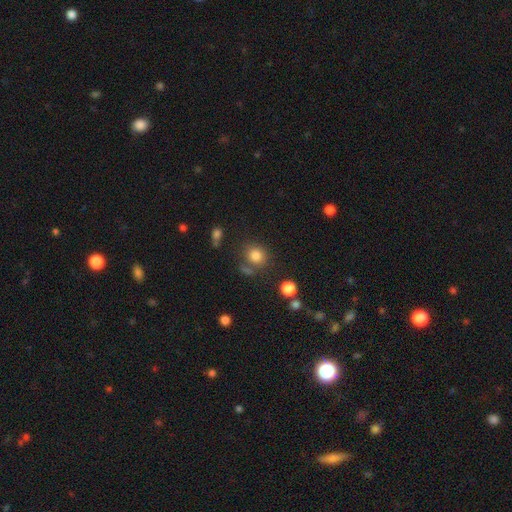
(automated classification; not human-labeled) Overall: smooth (81%). How rounded: round (82%). Merging: none (71%).